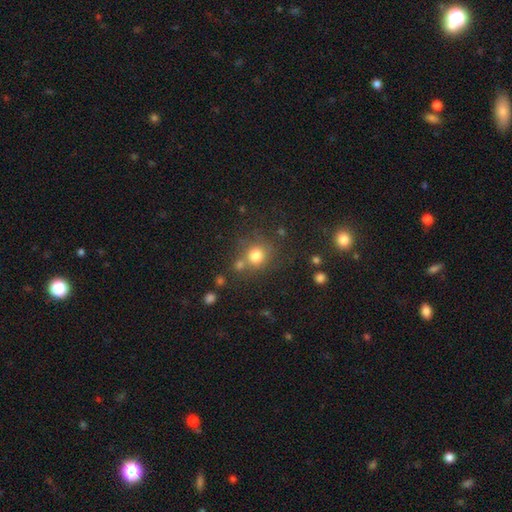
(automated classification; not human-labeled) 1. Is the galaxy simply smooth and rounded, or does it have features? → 77% smooth, 14% star or artifact, 9% featured or disk.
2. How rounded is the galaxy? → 87% round, 12% in between, 1% cigar-shaped.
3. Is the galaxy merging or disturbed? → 66% none, 17% merger, 11% minor disturbance, 5% major disturbance.